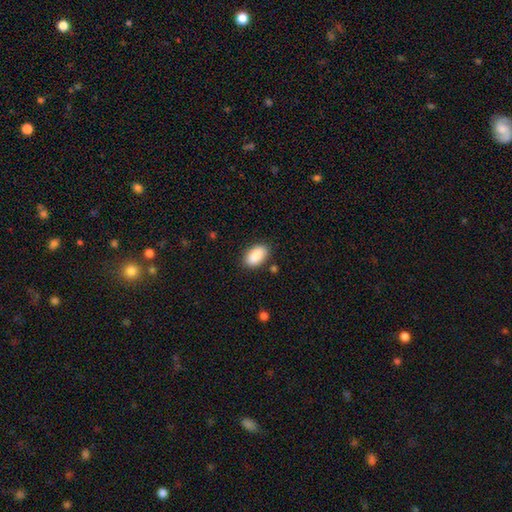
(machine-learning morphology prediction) Q: Smooth or featured?
A: smooth (90%); runner-up: star or artifact (7%)
Q: How rounded?
A: in between (94%); runner-up: round (4%)
Q: Merging?
A: none (85%); runner-up: minor disturbance (11%)